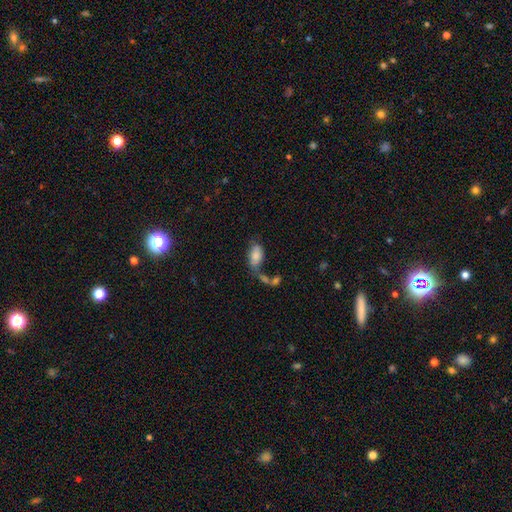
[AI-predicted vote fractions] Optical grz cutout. It shows a smooth galaxy with no disk features (78%) that is in between round and cigar-shaped (93%). Merging: none (32%).